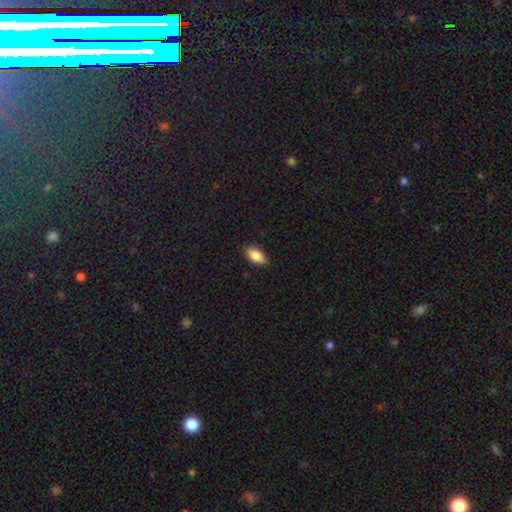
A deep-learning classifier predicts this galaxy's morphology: This is clearly a smooth galaxy (87%). How rounded: clearly in between (92%). Merging: clearly none (84%).